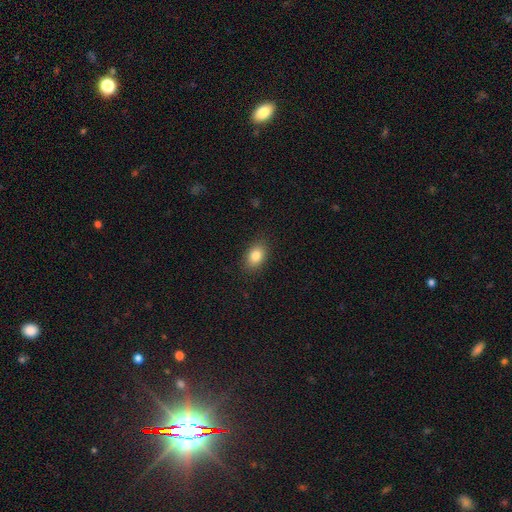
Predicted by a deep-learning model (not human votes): smooth-or-featured: smooth: 83% | star or artifact: 9% | featured or disk: 8%
  how-rounded: in between: 79% | round: 19% | cigar-shaped: 1%
  merging: none: 87% | minor disturbance: 9% | major disturbance: 3% | merger: 1%